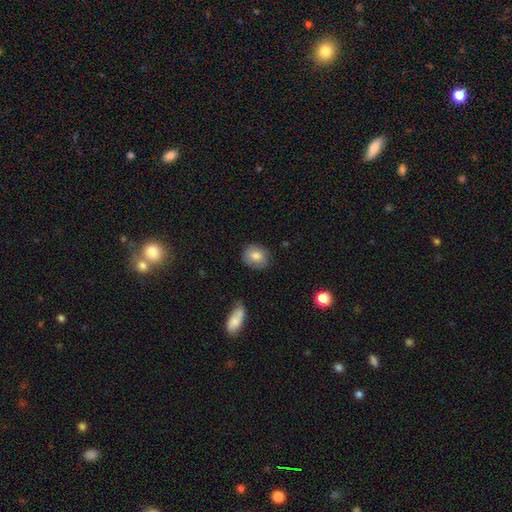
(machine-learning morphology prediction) This appears to be a smooth galaxy with no disk features (81%) that is round (70%). Merging: none (81%).